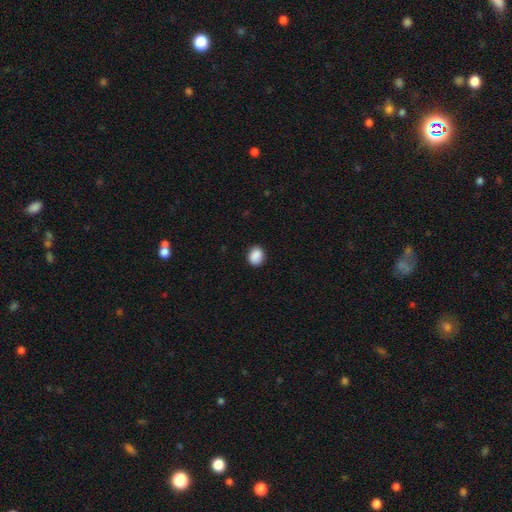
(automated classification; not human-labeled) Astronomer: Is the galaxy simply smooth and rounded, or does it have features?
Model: smooth — 90%.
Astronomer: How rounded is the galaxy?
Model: in between — 54% (runner-up: round, 45%).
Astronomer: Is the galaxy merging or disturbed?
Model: none — 88%.